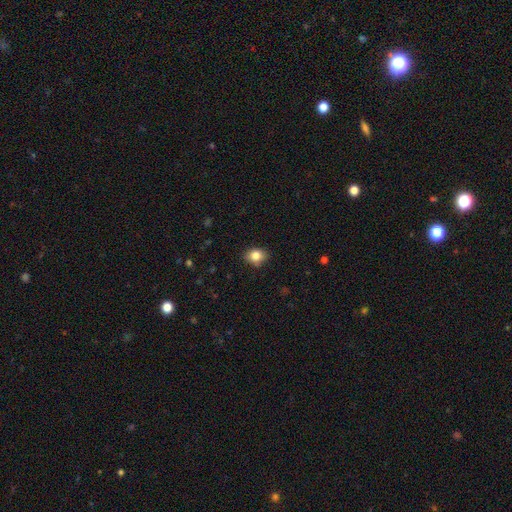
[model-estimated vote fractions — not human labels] Overall: smooth (83%). How rounded: in between (55%; round 44%). Merging: none (85%).